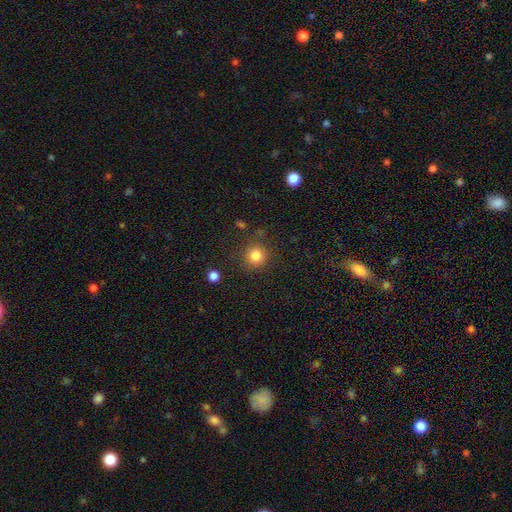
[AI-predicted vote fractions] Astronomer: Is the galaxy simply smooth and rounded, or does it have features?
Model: smooth — 83%.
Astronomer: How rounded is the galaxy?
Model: round — 93%.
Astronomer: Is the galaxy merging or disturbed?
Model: none — 85%.